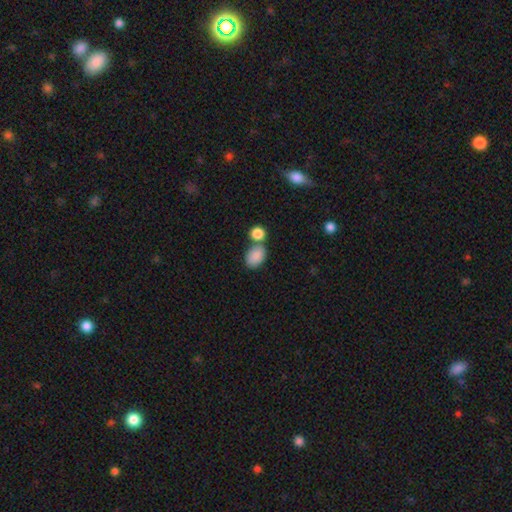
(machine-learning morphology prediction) Overall: smooth (87%). How rounded: in between (79%). Merging: none (53%; merger 30%).